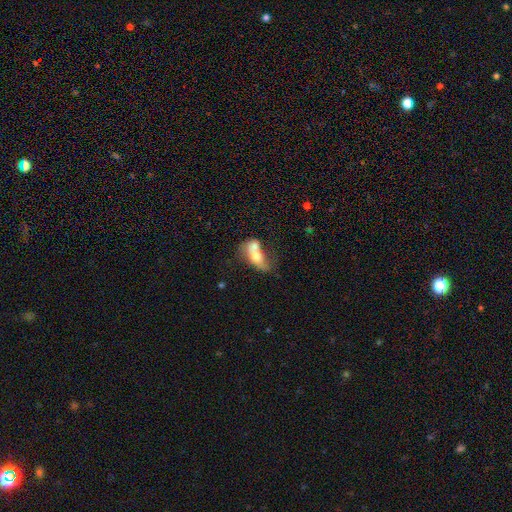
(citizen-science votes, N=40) This appears to be a smooth galaxy with no disk features (75%) that is in between round and cigar-shaped (70%). Merging: merger (67%).